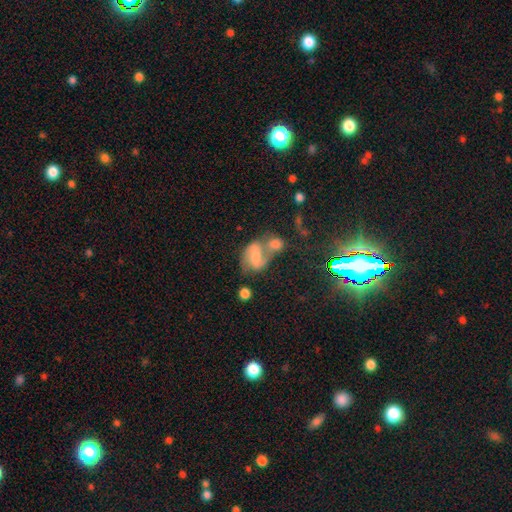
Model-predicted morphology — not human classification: featured or disk 59%, smooth 31%, star or artifact 10%. Down the decision tree: edge-on disk — no (97%); bar — weak (43%); spiral arms — yes (82%); bulge size — small (34%); merging — merger (52%).